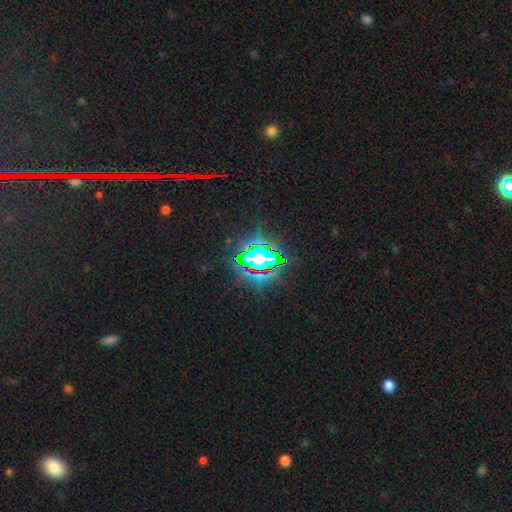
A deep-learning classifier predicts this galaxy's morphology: smooth_or_featured: star or artifact (p=0.69) [alt: smooth p=0.18]